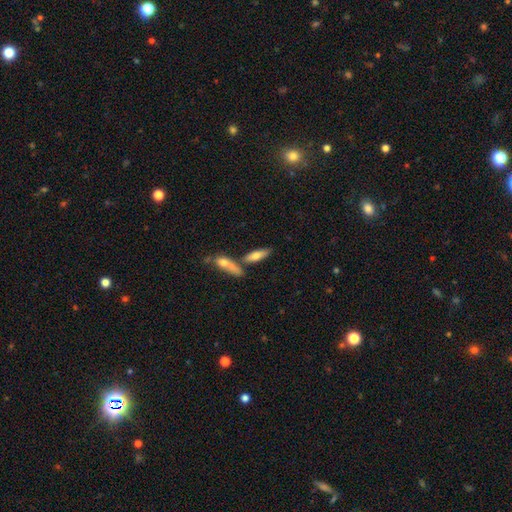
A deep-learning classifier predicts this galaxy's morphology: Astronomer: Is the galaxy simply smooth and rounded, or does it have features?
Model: smooth — 68%.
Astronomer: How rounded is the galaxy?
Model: in between — 51% (runner-up: cigar-shaped, 46%).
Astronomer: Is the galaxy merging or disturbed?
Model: none — 52% (runner-up: merger, 33%).